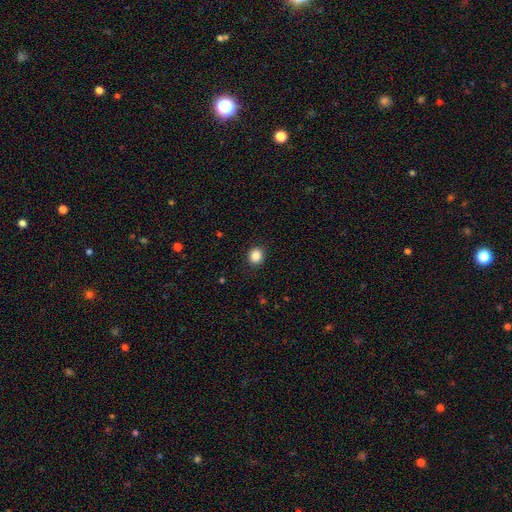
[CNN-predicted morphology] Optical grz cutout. It shows a smooth galaxy with no disk features (87%) that is round (79%). Merging: none (90%).